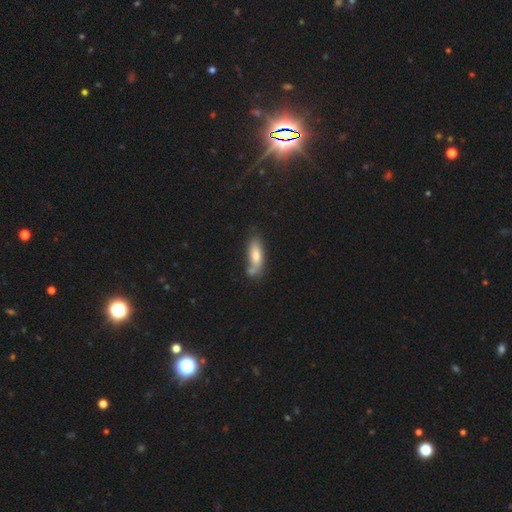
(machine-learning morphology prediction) smooth-or-featured: smooth: 74% | featured or disk: 18% | star or artifact: 8%
  how-rounded: in between: 60% | cigar-shaped: 38% | round: 3%
  merging: none: 54% | minor disturbance: 22% | merger: 18% | major disturbance: 6%